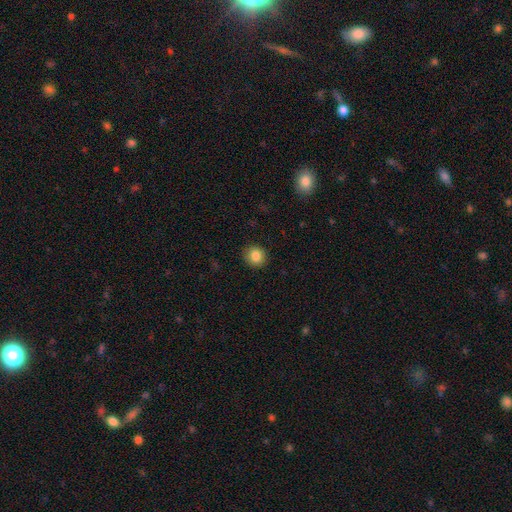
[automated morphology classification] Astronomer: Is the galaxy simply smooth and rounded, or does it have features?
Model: smooth — 85%.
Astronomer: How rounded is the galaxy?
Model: round — 84%.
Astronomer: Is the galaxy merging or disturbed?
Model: none — 90%.